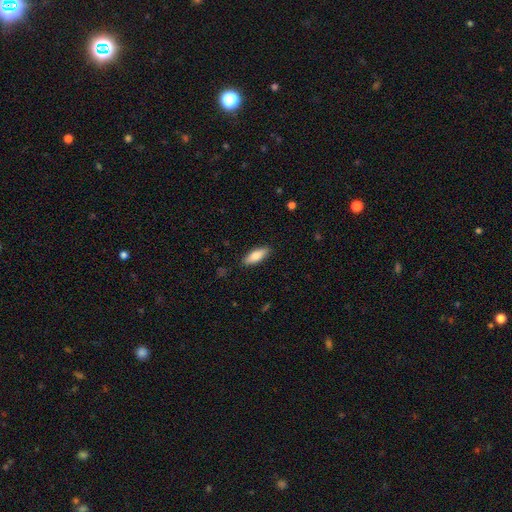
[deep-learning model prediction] A smooth galaxy with no disk features (79%) that is in between round and cigar-shaped (67%). Merging: none (87%).